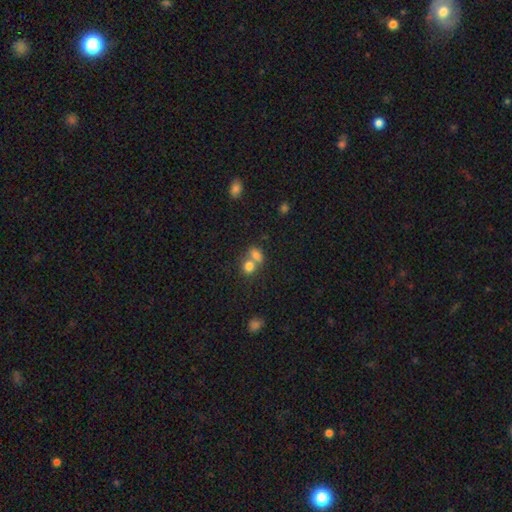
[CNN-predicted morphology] type=smooth (76%); roundness=in between (54%); merging=merger (61%).